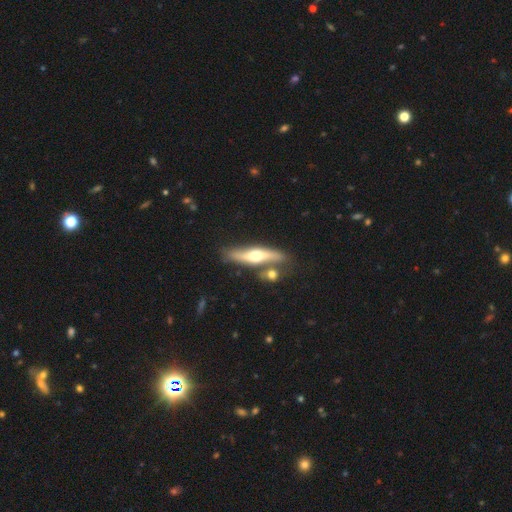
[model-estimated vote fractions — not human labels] Smooth or featured? featured or disk (60%)
Edge-on disk? yes (82%)
Merging? none (67%)